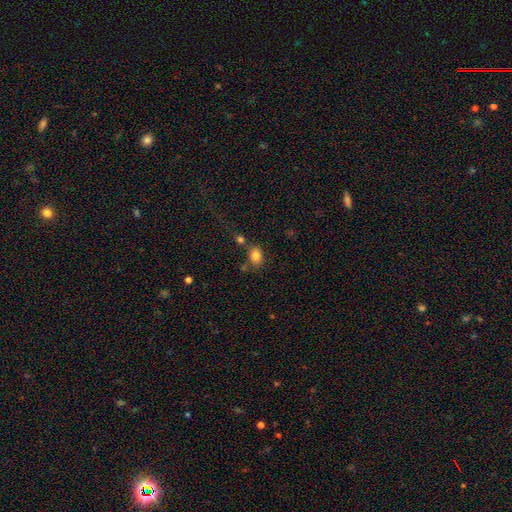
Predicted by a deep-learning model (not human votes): This appears to be a smooth galaxy with no disk features (82%) that is in between round and cigar-shaped (60%). Merging: none (62%).